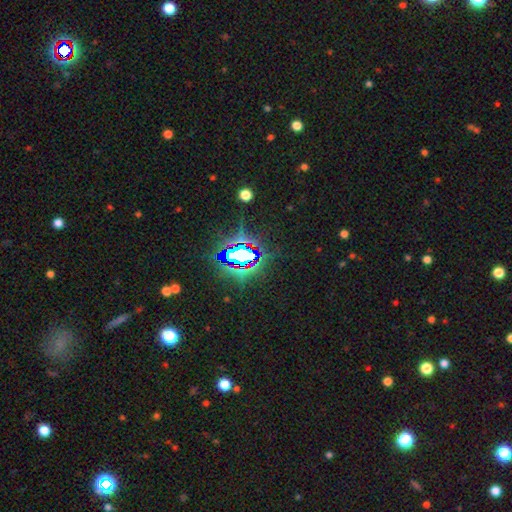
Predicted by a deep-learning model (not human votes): star or artifact 81%, smooth 10%, featured or disk 9%.